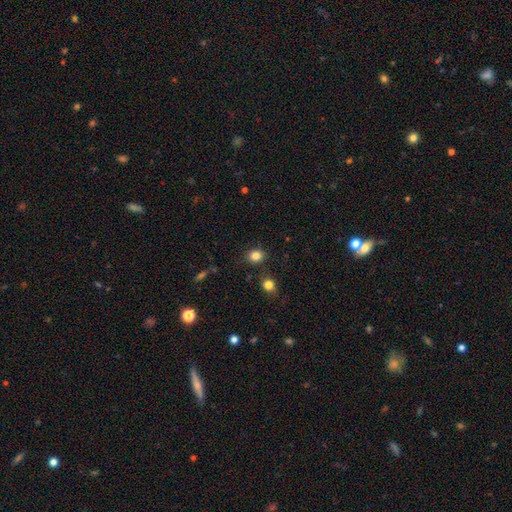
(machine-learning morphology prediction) A smooth galaxy with no disk features (84%) that is round (73%). Merging: none (84%).